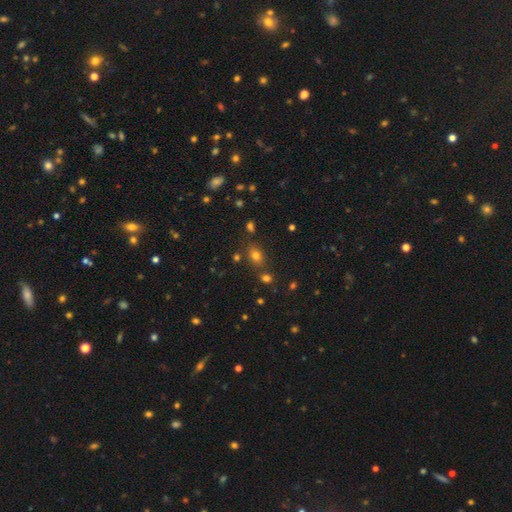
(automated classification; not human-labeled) Smooth or featured?
  - smooth: 69% *
  - star or artifact: 23%
  - featured or disk: 8%
How rounded?
  - in between: 51% *
  - round: 47%
  - cigar-shaped: 2%
Merging?
  - none: 77% *
  - minor disturbance: 11%
  - merger: 8%
  - major disturbance: 4%